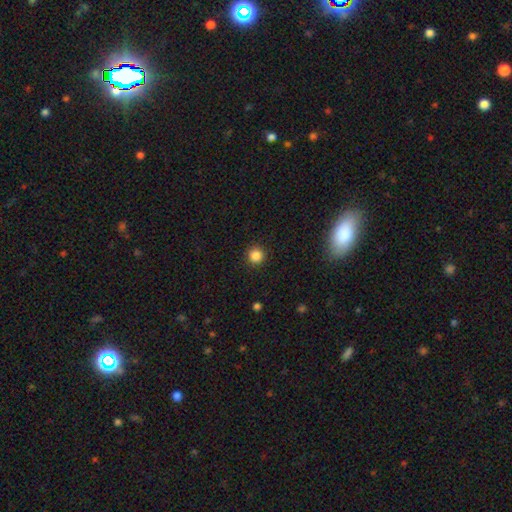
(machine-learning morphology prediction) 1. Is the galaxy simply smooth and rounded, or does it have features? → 85% smooth, 11% star or artifact, 3% featured or disk.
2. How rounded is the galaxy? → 95% round, 4% in between, 1% cigar-shaped.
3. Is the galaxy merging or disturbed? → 91% none, 6% minor disturbance, 2% major disturbance, 1% merger.